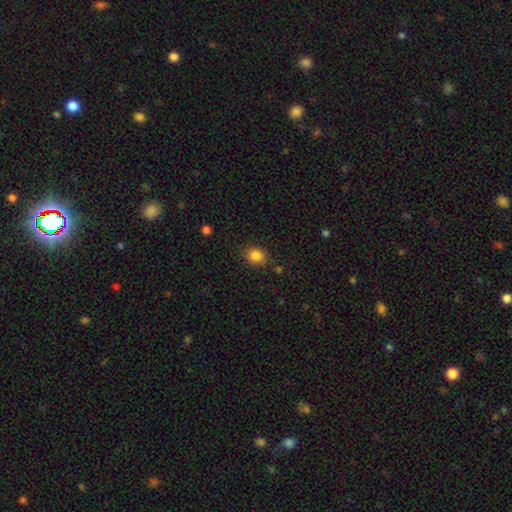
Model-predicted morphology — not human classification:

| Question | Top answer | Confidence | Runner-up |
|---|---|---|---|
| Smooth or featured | smooth | 85% | star or artifact (10%) |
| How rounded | round | 63% | in between (36%) |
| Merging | none | 85% | minor disturbance (10%) |